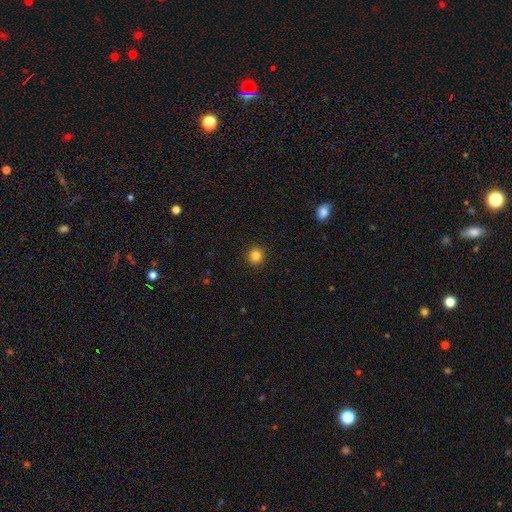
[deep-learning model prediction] Smooth or featured? smooth (84%)
How rounded? round (92%)
Merging? none (92%)